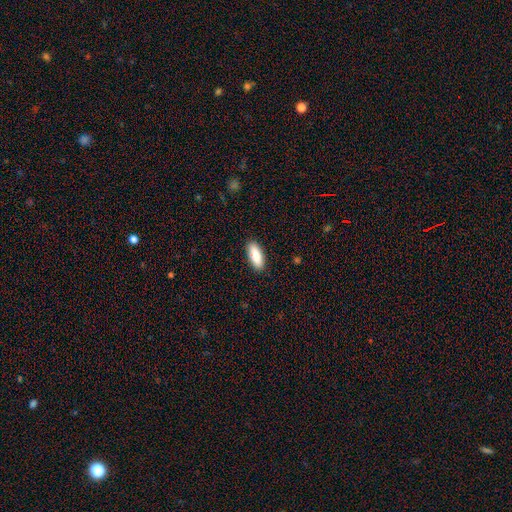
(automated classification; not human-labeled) Smooth or featured: smooth — 82% (featured or disk — 12%)
How rounded: in between — 79% (cigar-shaped — 19%)
Merging: none — 89% (minor disturbance — 8%)